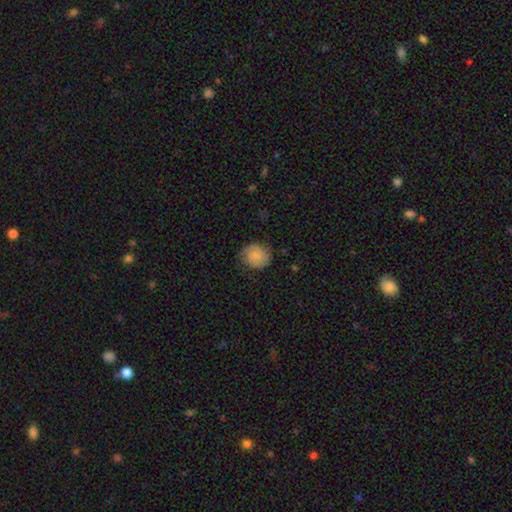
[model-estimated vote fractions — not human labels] smooth 67%, featured or disk 24%, star or artifact 8%. Down the decision tree: how rounded — round (78%); merging — none (72%).